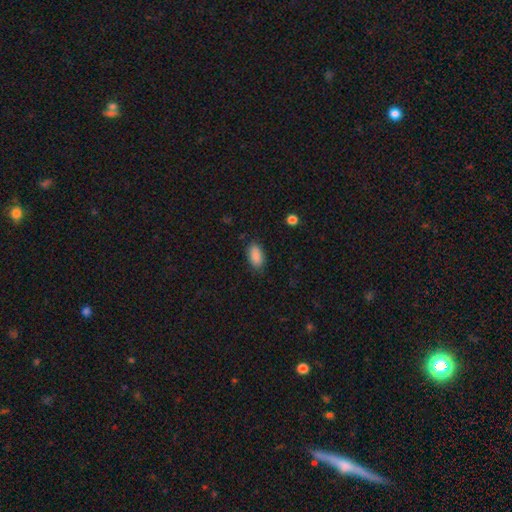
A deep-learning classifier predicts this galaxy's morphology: Smooth or featured? Predicted: smooth (p=0.89). How rounded? Predicted: in between (p=0.92). Merging? Predicted: none (p=0.85).